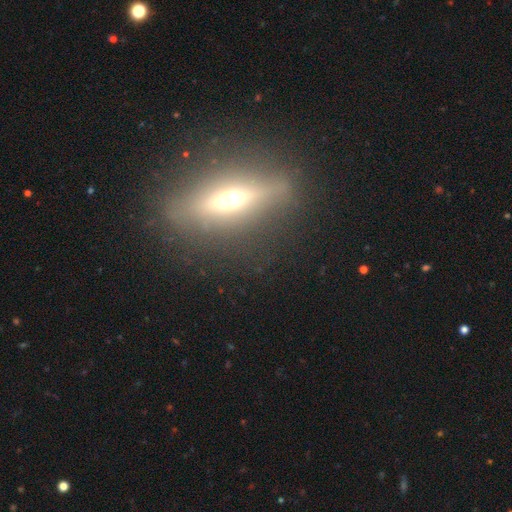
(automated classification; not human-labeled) Q: Smooth or featured?
A: featured or disk (66%); runner-up: smooth (22%)
Q: Edge-on disk?
A: yes (84%); runner-up: no (16%)
Q: Edge-on bulge?
A: rounded (93%); runner-up: boxy (4%)
Q: Merging?
A: none (85%); runner-up: minor disturbance (9%)